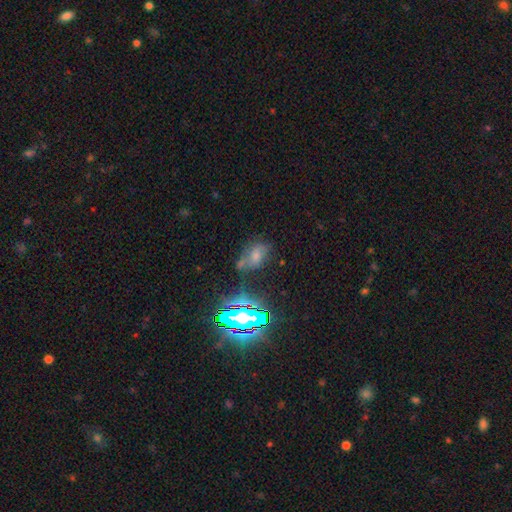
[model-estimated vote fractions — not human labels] Smooth or featured?
  - star or artifact: 47% *
  - smooth: 33%
  - featured or disk: 20%